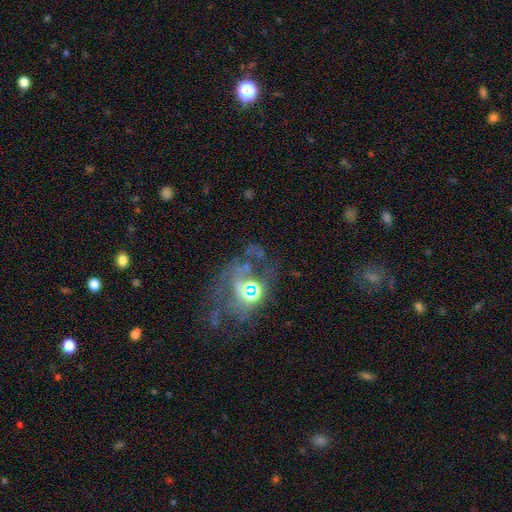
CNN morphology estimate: Smooth or featured?
  - featured or disk: 55% *
  - star or artifact: 24%
  - smooth: 21%
Edge-on disk?
  - no: 97% *
  - yes: 3%
Bar?
  - no: 81% *
  - weak: 14%
  - strong: 5%
Spiral arms?
  - no: 63% *
  - yes: 37%
Bulge size?
  - moderate: 53% *
  - small: 22%
  - large: 13%
  - none: 9%
  - dominant: 3%
Merging?
  - major disturbance: 38% *
  - none: 33%
  - merger: 15%
  - minor disturbance: 14%